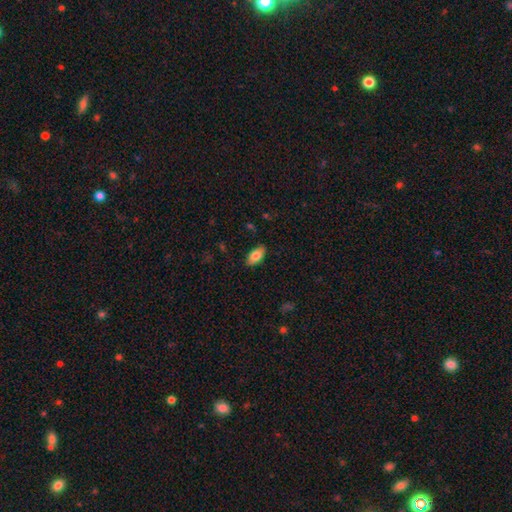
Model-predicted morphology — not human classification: Q: Smooth or featured?
A: smooth (82%); runner-up: featured or disk (11%)
Q: How rounded?
A: in between (91%); runner-up: cigar-shaped (6%)
Q: Merging?
A: none (87%); runner-up: minor disturbance (10%)